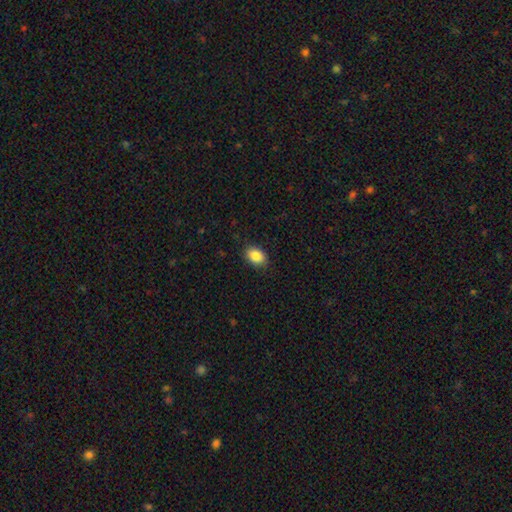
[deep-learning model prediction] Overall: smooth (87%). How rounded: in between (83%). Merging: none (87%).